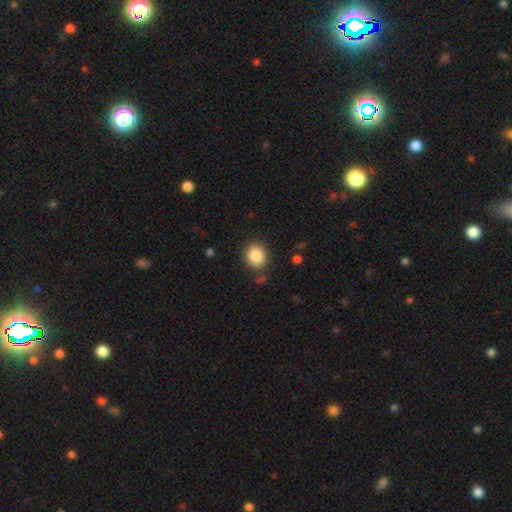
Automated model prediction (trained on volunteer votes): Q: Smooth or featured?
A: smooth (87%); runner-up: star or artifact (8%)
Q: How rounded?
A: round (63%); runner-up: in between (36%)
Q: Merging?
A: none (84%); runner-up: minor disturbance (10%)